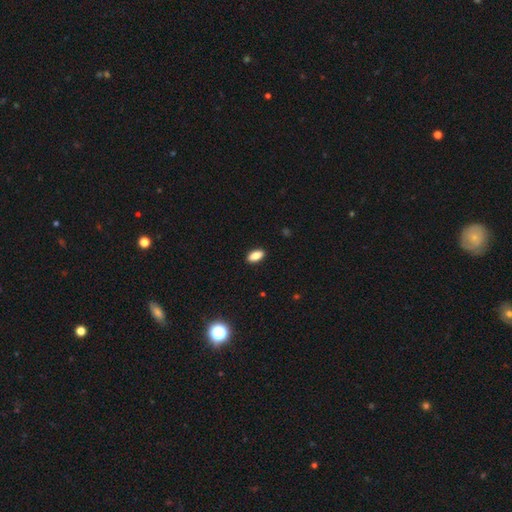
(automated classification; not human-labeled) smooth-or-featured: smooth: 86% | star or artifact: 8% | featured or disk: 6%
  how-rounded: in between: 90% | cigar-shaped: 6% | round: 4%
  merging: none: 90% | minor disturbance: 7% | major disturbance: 2% | merger: 1%